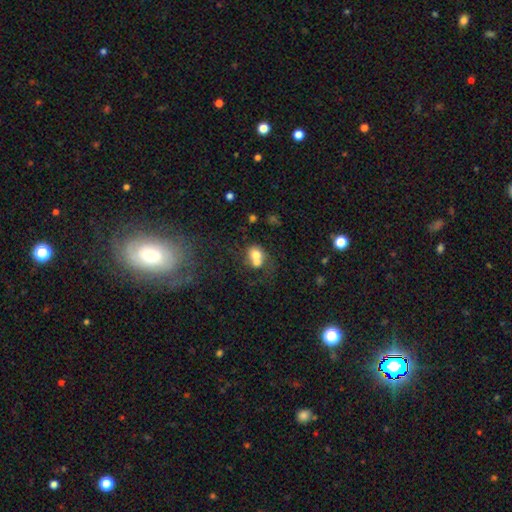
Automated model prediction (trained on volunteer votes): Morphology: type=smooth (67%); roundness=round (66%); merging=merger (60%).